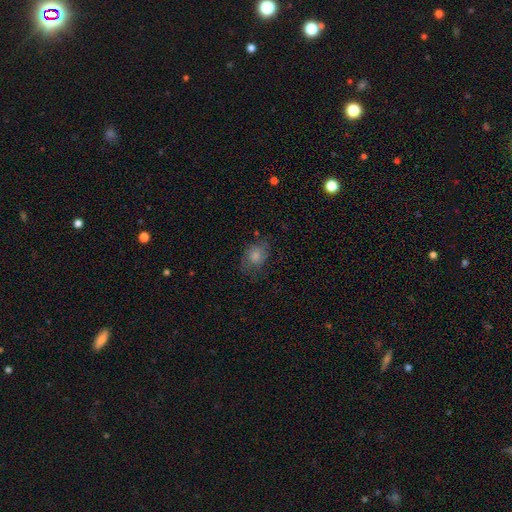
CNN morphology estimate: Q: Smooth or featured?
A: smooth (76%); runner-up: featured or disk (15%)
Q: How rounded?
A: in between (69%); runner-up: round (29%)
Q: Merging?
A: none (59%); runner-up: minor disturbance (26%)